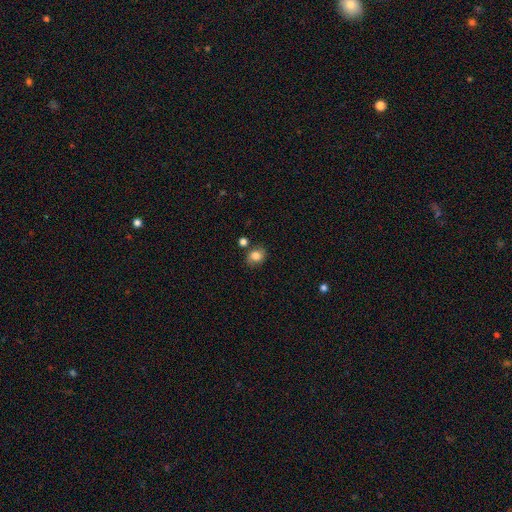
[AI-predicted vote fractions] This is clearly a smooth galaxy (80%). How rounded: possibly round (52%). Merging: likely none (74%).